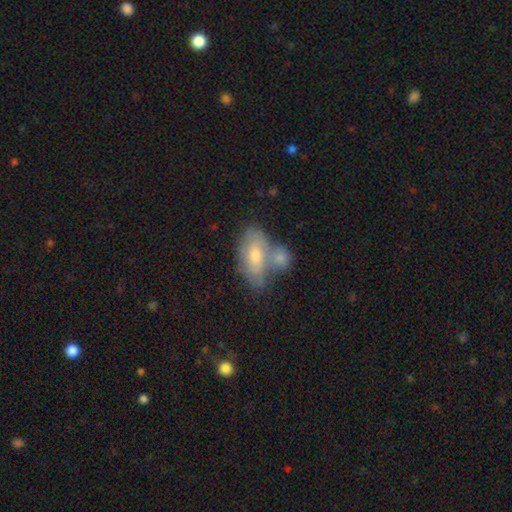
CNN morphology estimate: Smooth or featured? Predicted: smooth (p=0.58). How rounded? Predicted: in between (p=0.88). Merging? Predicted: merger (p=0.48).